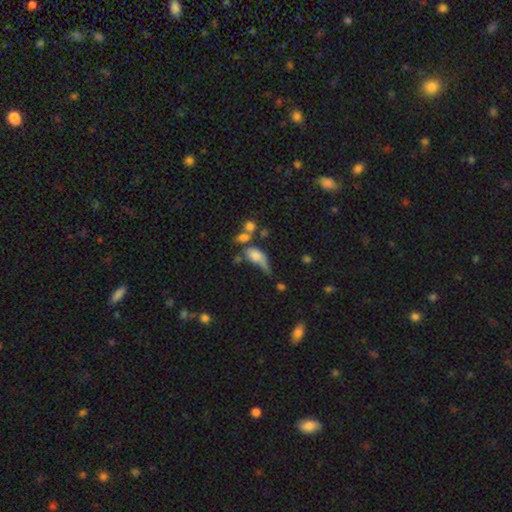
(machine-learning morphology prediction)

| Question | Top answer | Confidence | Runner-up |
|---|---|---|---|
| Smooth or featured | smooth | 64% | featured or disk (24%) |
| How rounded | in between | 71% | round (16%) |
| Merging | major disturbance | 31% | merger (26%) |